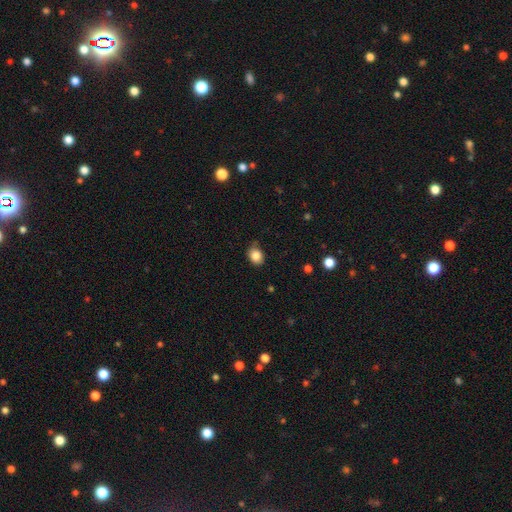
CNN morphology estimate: smooth_or_featured: smooth (p=0.85) [alt: star or artifact p=0.09]
how_rounded: in between (p=0.55) [alt: round p=0.44]
merging: none (p=0.77) [alt: minor disturbance p=0.19]